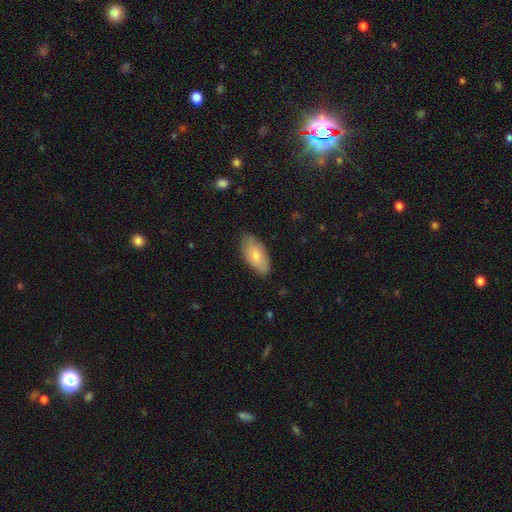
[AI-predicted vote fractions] smooth_or_featured: smooth (p=0.74) [alt: featured or disk p=0.21]
how_rounded: in between (p=0.92) [alt: cigar-shaped p=0.05]
merging: none (p=0.81) [alt: minor disturbance p=0.15]